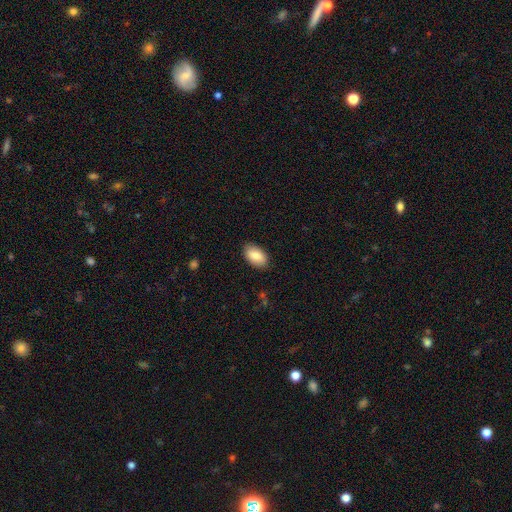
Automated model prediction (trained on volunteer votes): This appears to be a smooth galaxy with no disk features (86%) that is in between round and cigar-shaped (94%). Merging: none (88%).